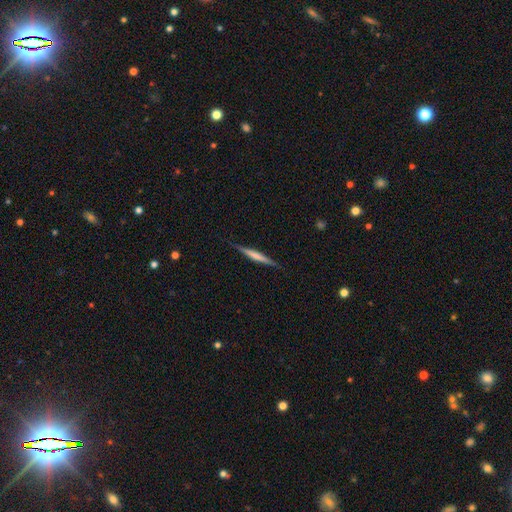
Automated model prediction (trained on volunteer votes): Smooth or featured? Predicted: featured or disk (p=0.52). Edge-on disk? Predicted: yes (p=0.97). Edge-on bulge? Predicted: none (p=0.54). Merging? Predicted: none (p=0.88).